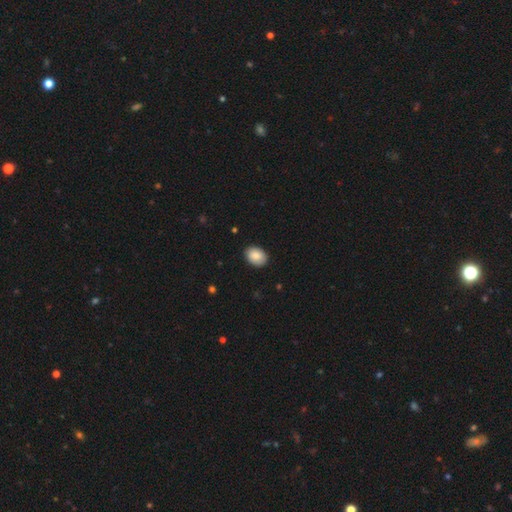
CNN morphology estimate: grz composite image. It shows a smooth galaxy with no disk features (87%) that is in between round and cigar-shaped (72%). Merging: none (88%).